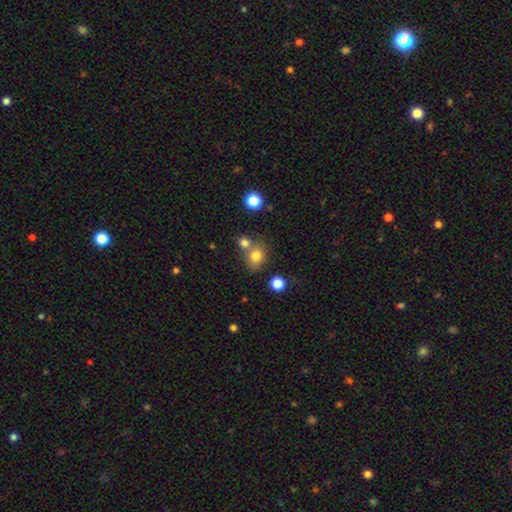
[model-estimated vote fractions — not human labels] smooth_or_featured: smooth (p=0.79) [alt: star or artifact p=0.13]
how_rounded: round (p=0.70) [alt: in between p=0.30]
merging: none (p=0.59) [alt: merger p=0.28]